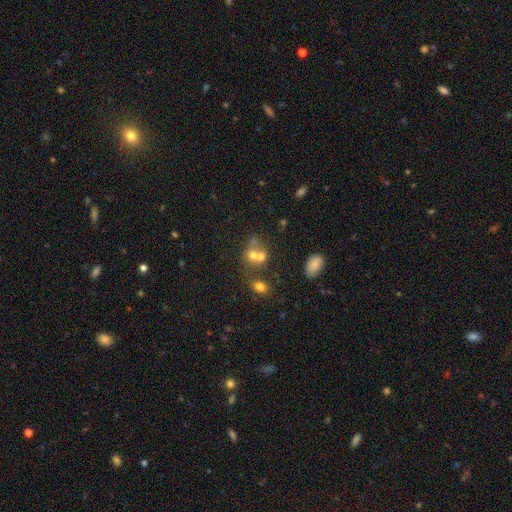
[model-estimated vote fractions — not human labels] This is likely a smooth galaxy (63%). How rounded: likely round (68%). Merging: possibly merger (60%).